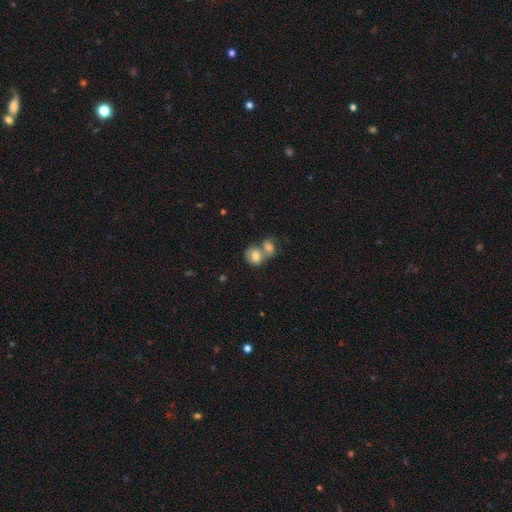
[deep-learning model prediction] This appears to be a smooth galaxy with no disk features (73%) that is round (60%). Merging: merger (66%).